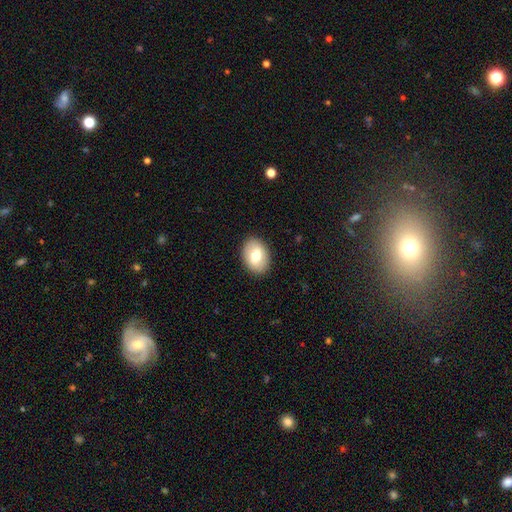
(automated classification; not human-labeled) A smooth galaxy with no disk features (72%) that is in between round and cigar-shaped (78%).

Vote fractions:
- Smooth or featured? smooth: 72% / featured or disk: 21% / star or artifact: 7%
- How rounded? in between: 78% / round: 21% / cigar-shaped: 1%
- Merging? none: 89% / minor disturbance: 8% / major disturbance: 2% / merger: 1%